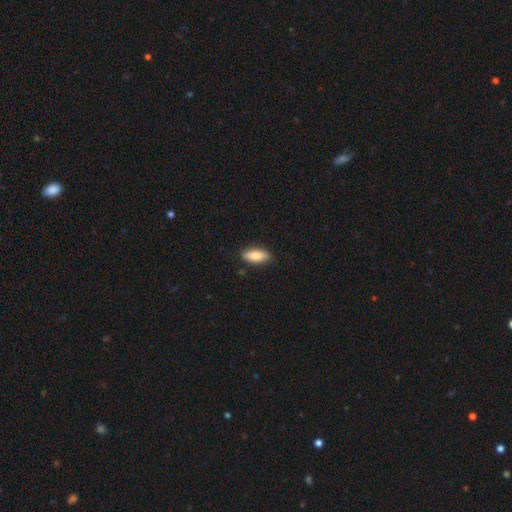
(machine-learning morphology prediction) Overall: smooth (82%). How rounded: in between (79%). Merging: none (85%).